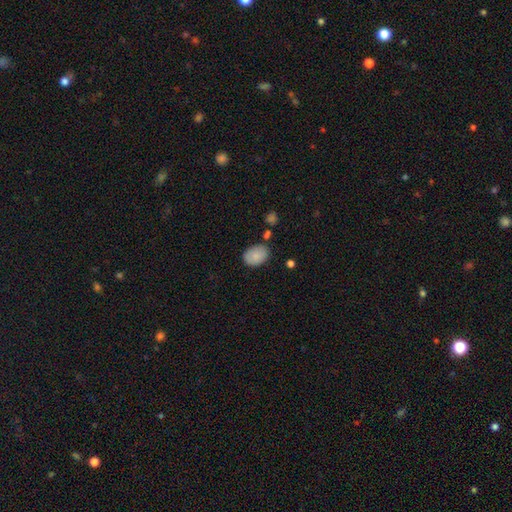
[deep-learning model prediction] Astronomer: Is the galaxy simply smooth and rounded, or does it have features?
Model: smooth — 86%.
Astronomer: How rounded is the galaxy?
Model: in between — 80%.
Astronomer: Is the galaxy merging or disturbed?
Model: none — 76%.